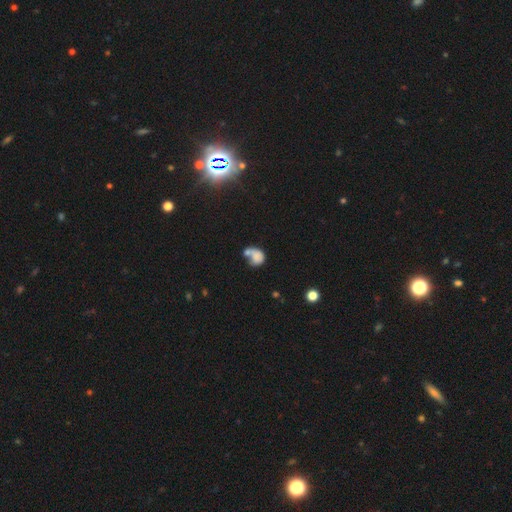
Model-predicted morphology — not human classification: smooth_or_featured: smooth (p=0.71) [alt: featured or disk p=0.18]
how_rounded: in between (p=0.51) [alt: round p=0.48]
merging: merger (p=0.47) [alt: none p=0.24]